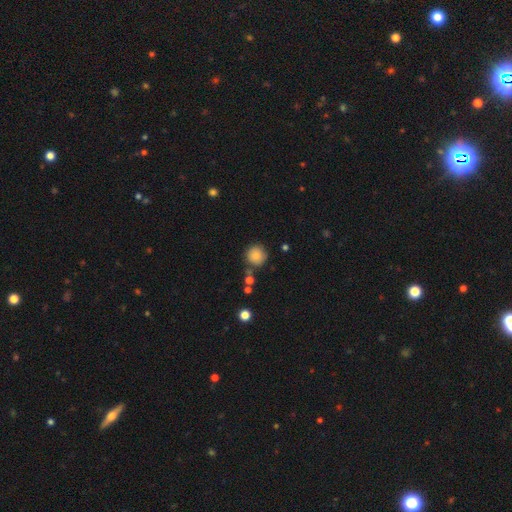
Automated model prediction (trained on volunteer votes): A smooth galaxy with no disk features (83%) that is round (94%). Merging: none (78%).